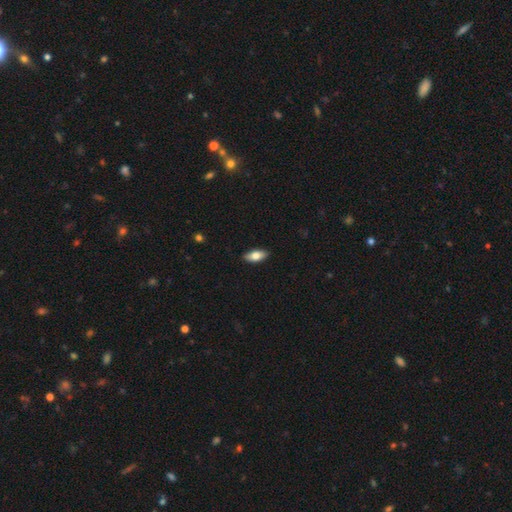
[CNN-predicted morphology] Q: Smooth or featured?
A: smooth (76%); runner-up: featured or disk (18%)
Q: How rounded?
A: in between (85%); runner-up: cigar-shaped (12%)
Q: Merging?
A: none (89%); runner-up: minor disturbance (9%)